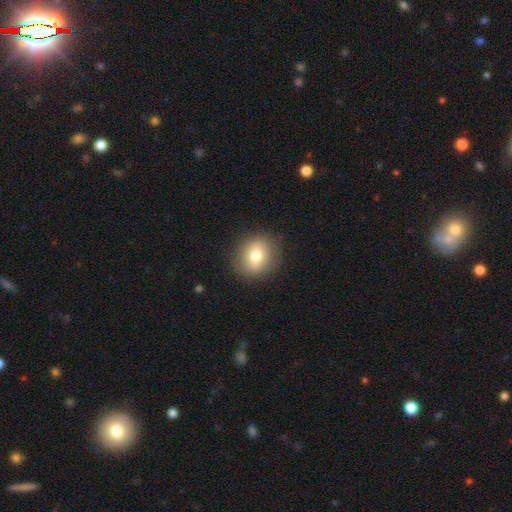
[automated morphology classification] Overall: smooth (72%). How rounded: round (78%). Merging: none (88%).